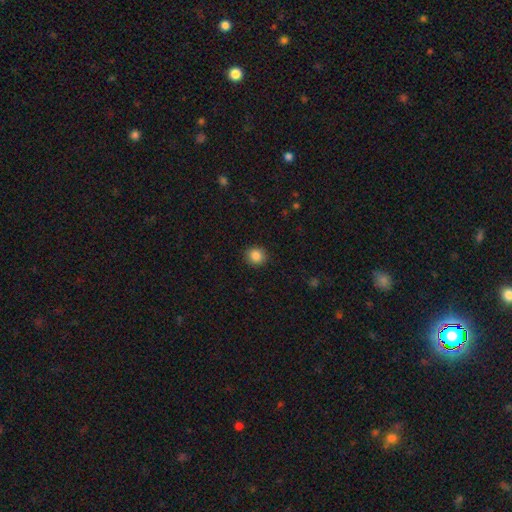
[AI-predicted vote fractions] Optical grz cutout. It shows a smooth galaxy with no disk features (86%) that is round (85%). Merging: none (91%).